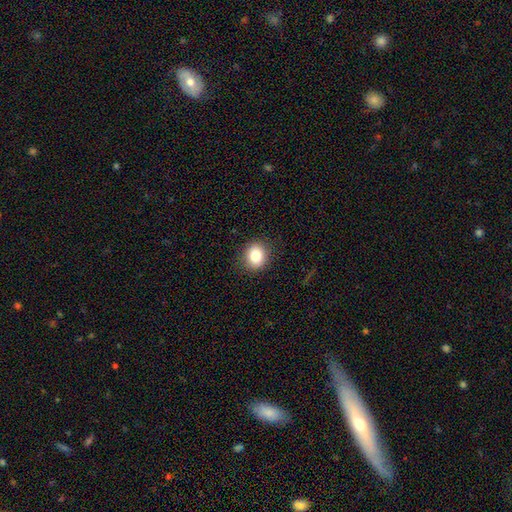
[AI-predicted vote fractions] Overall: smooth (83%). How rounded: round (65%; in between 34%). Merging: none (88%).